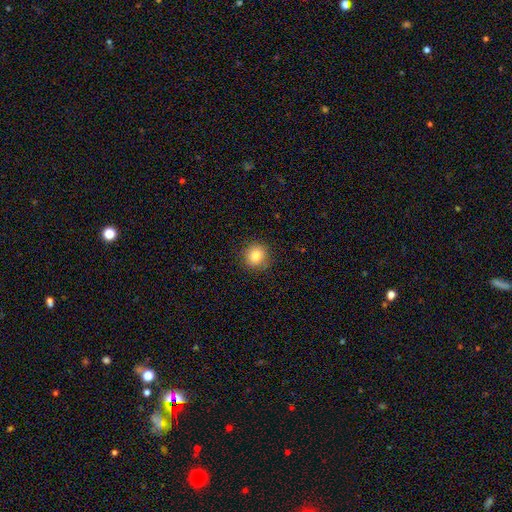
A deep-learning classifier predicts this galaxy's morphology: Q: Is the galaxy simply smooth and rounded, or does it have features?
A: smooth — 81%.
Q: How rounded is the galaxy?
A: round — 89%.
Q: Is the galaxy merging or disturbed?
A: none — 88%.